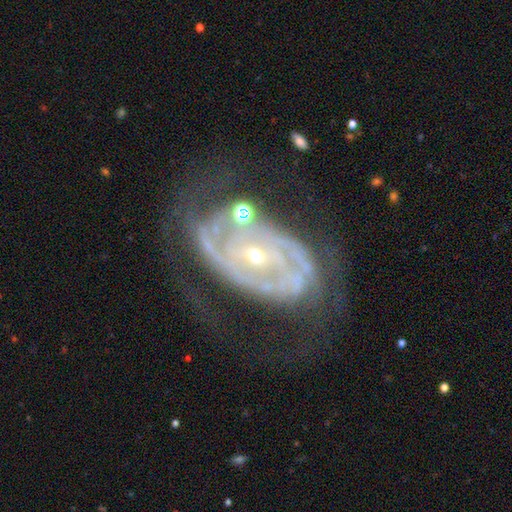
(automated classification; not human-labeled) Smooth or featured: featured or disk — 87% (star or artifact — 7%)
Edge-on disk: no — 96% (yes — 4%)
Bar: no — 54% (weak — 30%)
Spiral arms: yes — 93% (no — 7%)
Spiral winding: tight — 49% (medium — 38%)
Spiral arm count: 2 — 47% (can't tell — 22%)
Bulge size: small — 75% (moderate — 22%)
Merging: none — 50% (major disturbance — 22%)